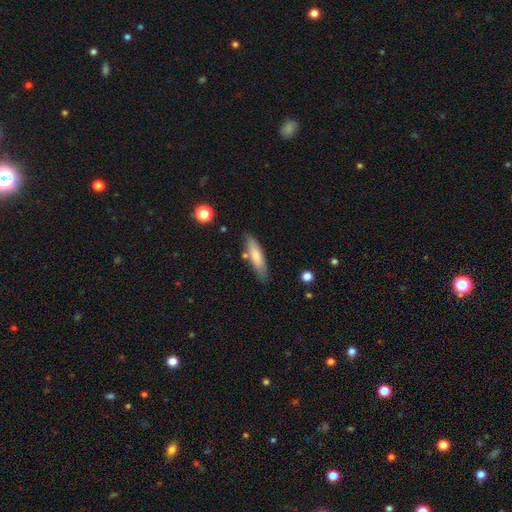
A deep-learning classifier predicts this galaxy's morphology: This is likely a smooth galaxy (72%). How rounded: likely cigar-shaped (71%). Merging: likely none (79%).